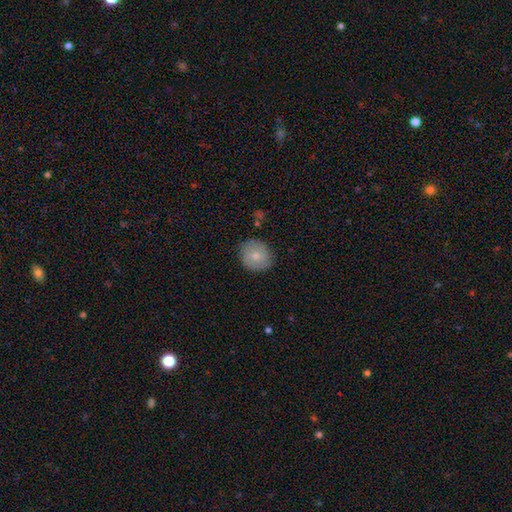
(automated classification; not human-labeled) A smooth galaxy with no disk features (69%) that is round (80%). Merging: none (81%).